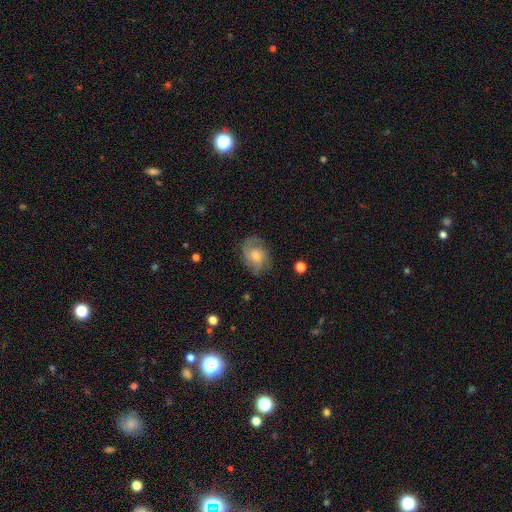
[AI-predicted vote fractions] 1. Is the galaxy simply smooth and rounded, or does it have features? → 64% featured or disk, 26% smooth, 10% star or artifact.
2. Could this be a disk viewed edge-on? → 97% no, 3% yes.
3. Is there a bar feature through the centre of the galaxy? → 76% no, 21% weak, 3% strong.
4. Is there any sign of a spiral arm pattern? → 89% yes, 11% no.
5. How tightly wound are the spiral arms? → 47% tight, 39% medium, 14% loose.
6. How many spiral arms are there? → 41% 2, 28% can't tell, 17% 3, 6% 1, 4% 4, 4% more than 4.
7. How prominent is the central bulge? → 57% moderate, 35% small, 5% large, 3% none, 1% dominant.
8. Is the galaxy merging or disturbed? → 75% none, 17% minor disturbance, 6% major disturbance, 1% merger.